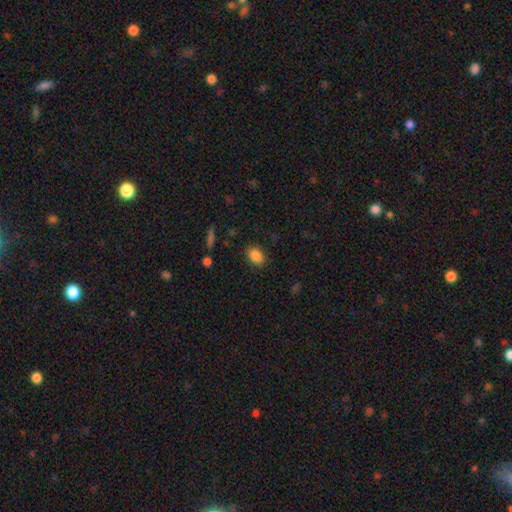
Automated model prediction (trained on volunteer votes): A smooth galaxy with no disk features (86%) that is in between round and cigar-shaped (81%). Merging: none (86%).